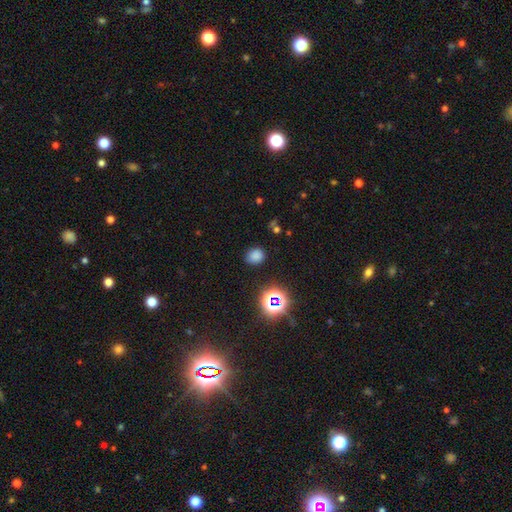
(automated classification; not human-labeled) This is likely a smooth galaxy (73%). How rounded: likely round (60%). Merging: clearly none (82%).